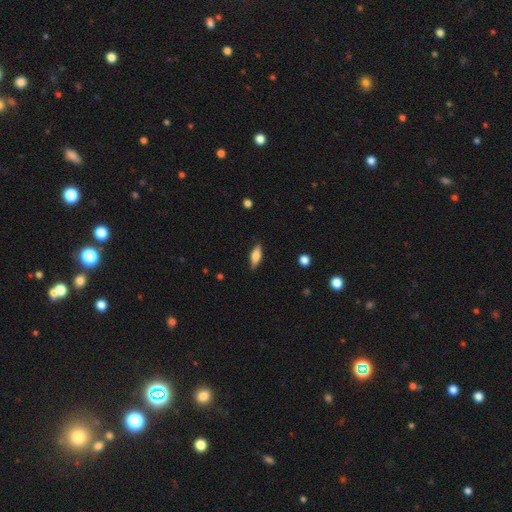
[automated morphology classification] Q: Smooth or featured?
A: smooth (67%); runner-up: featured or disk (26%)
Q: How rounded?
A: in between (67%); runner-up: cigar-shaped (31%)
Q: Merging?
A: none (84%); runner-up: minor disturbance (12%)